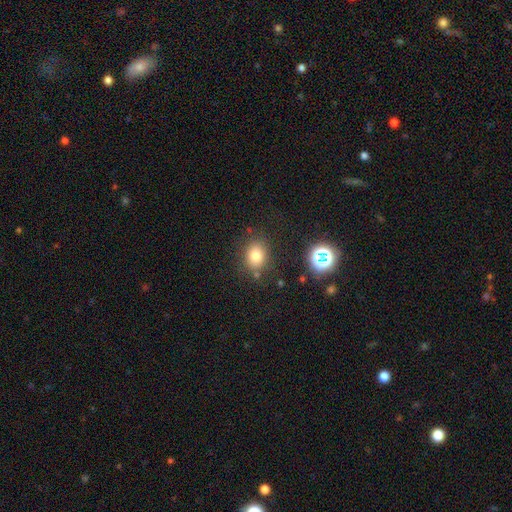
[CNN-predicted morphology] smooth 75%, star or artifact 15%, featured or disk 9%. Down the decision tree: how rounded — round (52%); merging — none (80%).